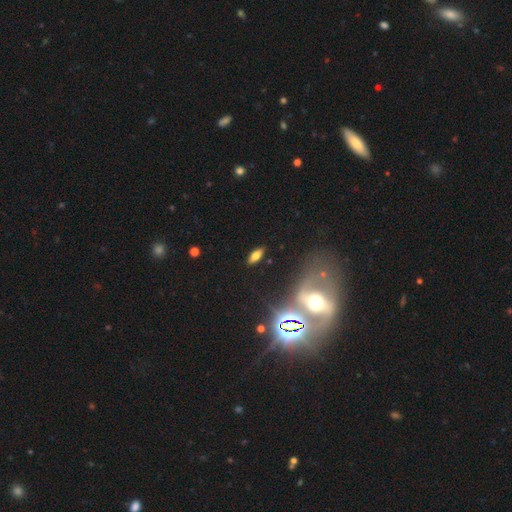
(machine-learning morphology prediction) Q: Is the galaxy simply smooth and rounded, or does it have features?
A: smooth — 63%.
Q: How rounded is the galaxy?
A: in between — 74%.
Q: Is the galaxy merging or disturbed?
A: none — 86%.